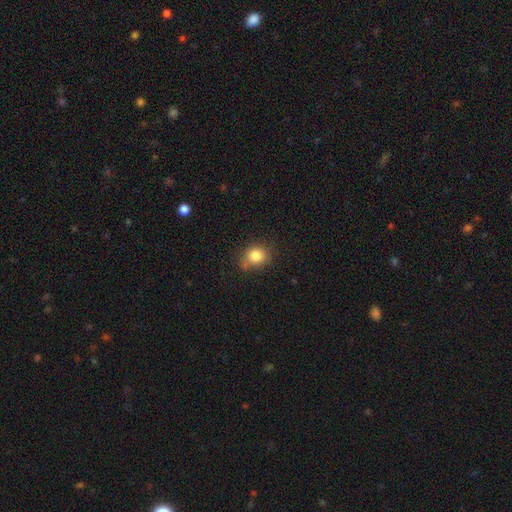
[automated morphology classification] A smooth galaxy with no disk features (83%) that is round (72%). Merging: none (68%).